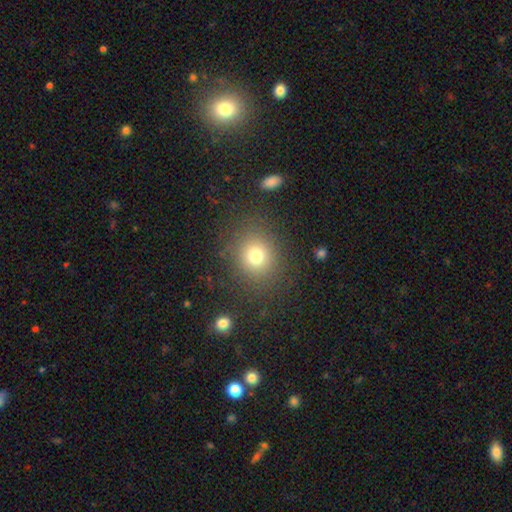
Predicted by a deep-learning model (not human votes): smooth_or_featured: smooth (p=0.74) [alt: star or artifact p=0.16]
how_rounded: round (p=0.81) [alt: in between p=0.18]
merging: none (p=0.85) [alt: minor disturbance p=0.09]